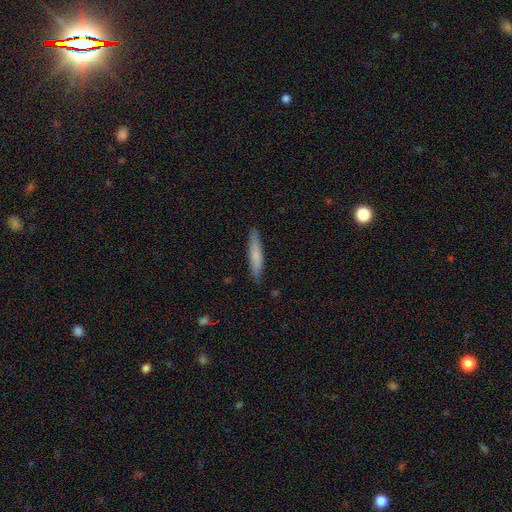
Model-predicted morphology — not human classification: The model was most divided on "smooth or featured": smooth: 72%, featured or disk: 22%, star or artifact: 6%. More confident: how rounded — cigar-shaped (90%); merging — none (87%).